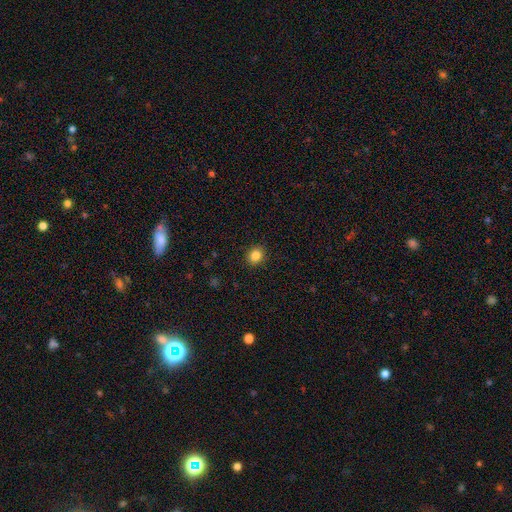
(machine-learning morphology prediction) smooth 84%, star or artifact 11%, featured or disk 5%. Down the decision tree: how rounded — round (75%); merging — none (91%).